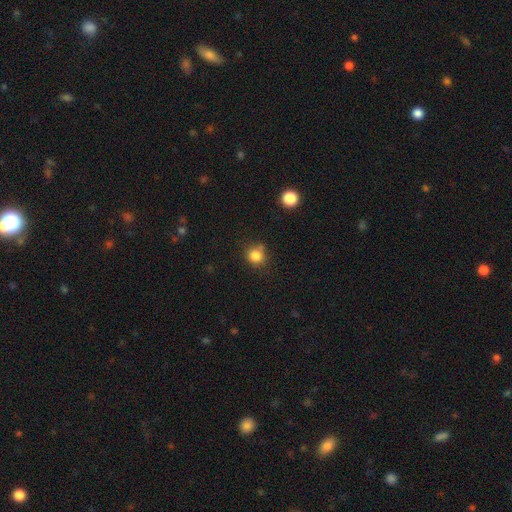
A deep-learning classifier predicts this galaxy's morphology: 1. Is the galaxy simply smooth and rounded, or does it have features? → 84% smooth, 12% star or artifact, 5% featured or disk.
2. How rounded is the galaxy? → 85% round, 14% in between, 1% cigar-shaped.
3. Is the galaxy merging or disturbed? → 72% none, 18% minor disturbance, 5% merger, 4% major disturbance.